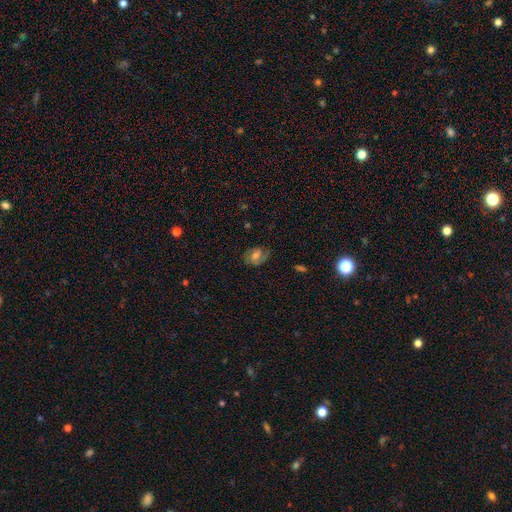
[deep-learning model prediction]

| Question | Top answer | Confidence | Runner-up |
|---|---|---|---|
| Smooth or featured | featured or disk | 58% | smooth (33%) |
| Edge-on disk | no | 96% | yes (4%) |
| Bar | no | 47% | weak (42%) |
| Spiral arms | yes | 85% | no (15%) |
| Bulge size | moderate | 58% | small (26%) |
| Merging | none | 67% | minor disturbance (21%) |